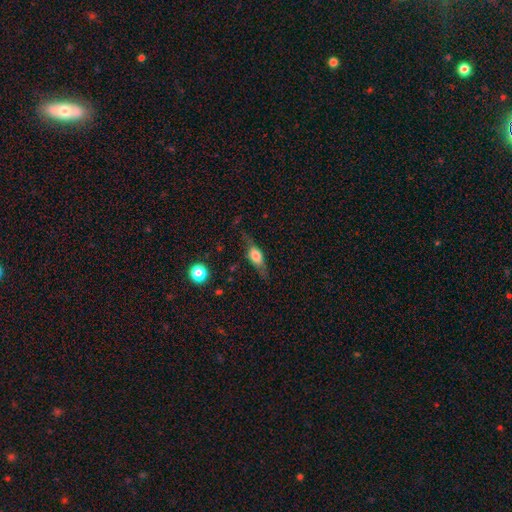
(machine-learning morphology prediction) smooth 47%, featured or disk 45%, star or artifact 8%. Down the decision tree: merging — none (69%).